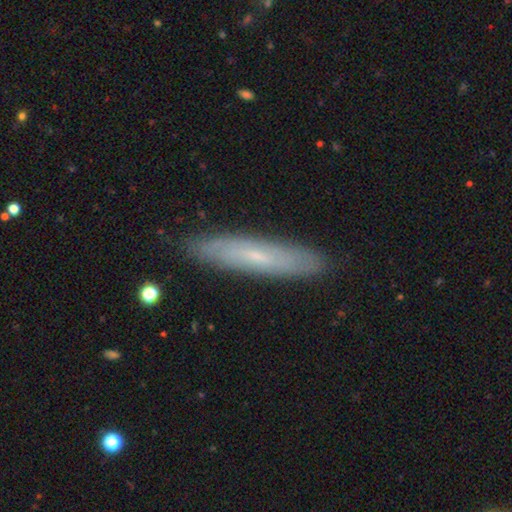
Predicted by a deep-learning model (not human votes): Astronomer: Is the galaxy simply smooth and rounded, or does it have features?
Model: featured or disk — 48% (runner-up: smooth, 45%).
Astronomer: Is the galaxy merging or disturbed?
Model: none — 87%.